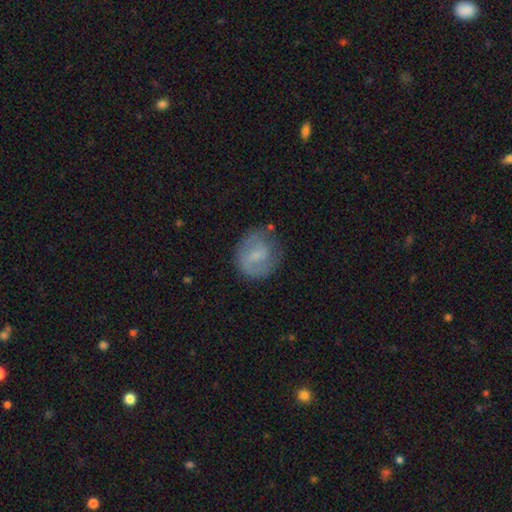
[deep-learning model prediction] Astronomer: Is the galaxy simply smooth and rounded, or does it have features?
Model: featured or disk — 47% (runner-up: smooth, 45%).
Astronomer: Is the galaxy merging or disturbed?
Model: none — 66%.